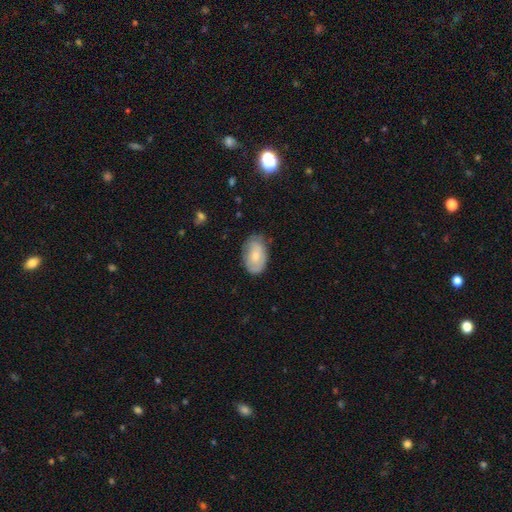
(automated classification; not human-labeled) smooth_or_featured: smooth (p=0.60) [alt: featured or disk p=0.34]
how_rounded: in between (p=0.90) [alt: round p=0.08]
merging: none (p=0.71) [alt: minor disturbance p=0.22]